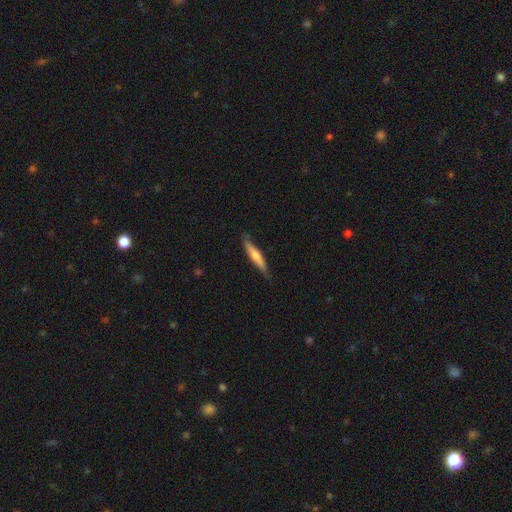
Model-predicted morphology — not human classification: Smooth or featured? Predicted: smooth (p=0.57). How rounded? Predicted: cigar-shaped (p=0.89). Merging? Predicted: none (p=0.78).